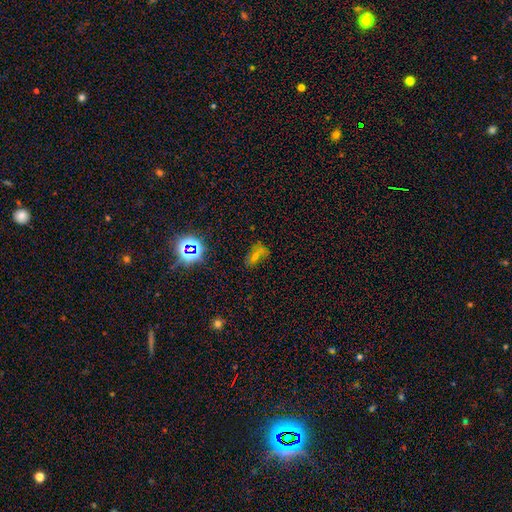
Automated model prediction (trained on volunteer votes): Morphology: type=star or artifact (44%).